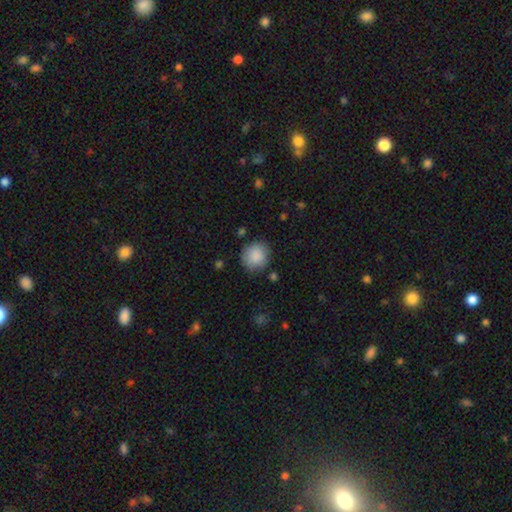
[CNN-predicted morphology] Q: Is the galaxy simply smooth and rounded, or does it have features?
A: smooth — 88%.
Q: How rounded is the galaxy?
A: round — 85%.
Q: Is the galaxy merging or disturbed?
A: none — 81%.